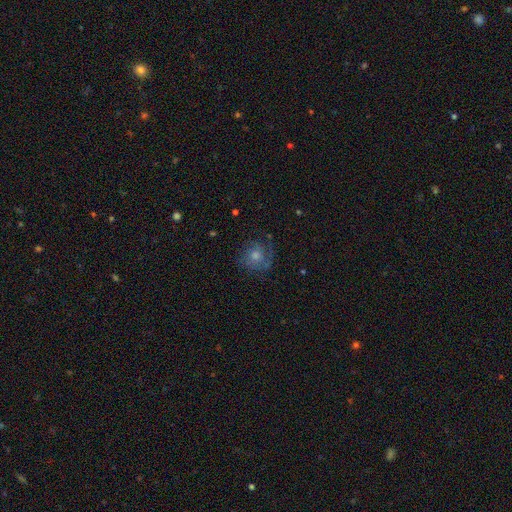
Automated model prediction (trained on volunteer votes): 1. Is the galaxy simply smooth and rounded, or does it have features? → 54% featured or disk, 30% smooth, 15% star or artifact.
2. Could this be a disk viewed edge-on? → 97% no, 3% yes.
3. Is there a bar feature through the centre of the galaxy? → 80% no, 17% weak, 3% strong.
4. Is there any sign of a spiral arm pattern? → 84% yes, 16% no.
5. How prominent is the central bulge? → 60% moderate, 25% small, 10% large, 3% none, 2% dominant.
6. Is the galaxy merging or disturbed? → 72% none, 16% minor disturbance, 11% major disturbance, 1% merger.